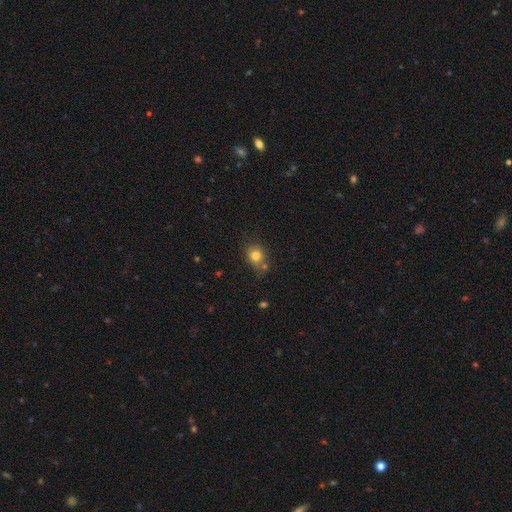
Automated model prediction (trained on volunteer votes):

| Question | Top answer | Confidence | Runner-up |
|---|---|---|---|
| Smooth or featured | smooth | 79% | star or artifact (12%) |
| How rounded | round | 66% | in between (33%) |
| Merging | none | 65% | minor disturbance (20%) |